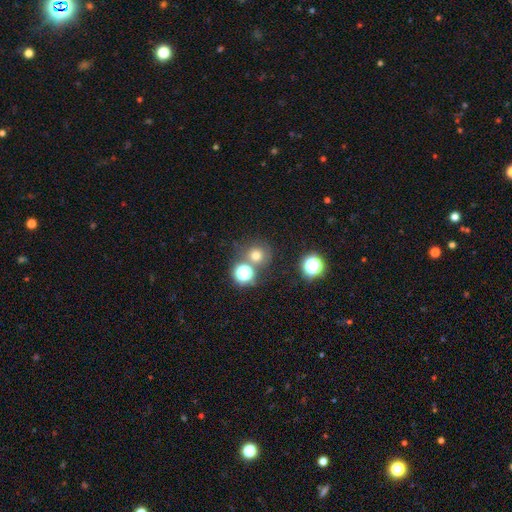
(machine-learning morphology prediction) smooth 66%, star or artifact 24%, featured or disk 9%. Down the decision tree: how rounded — round (90%); merging — none (66%).